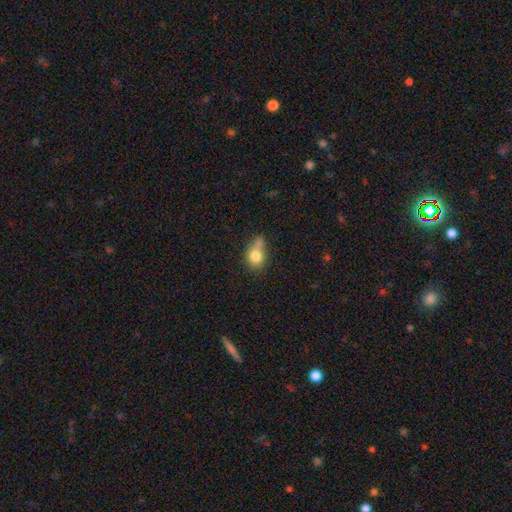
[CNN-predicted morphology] smooth 77%, featured or disk 12%, star or artifact 10%. Down the decision tree: how rounded — round (55%); merging — none (38%).